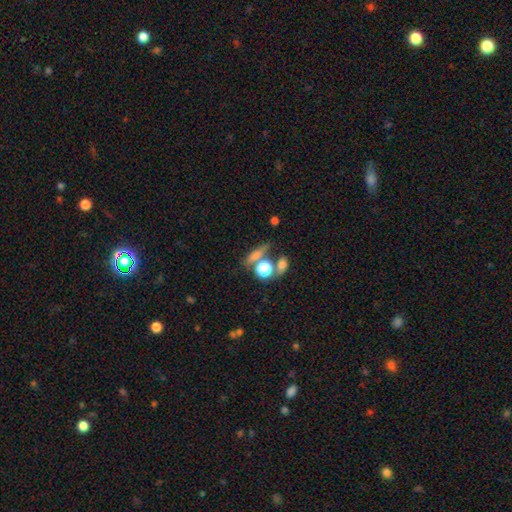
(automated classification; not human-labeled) The model was most divided on "how rounded": cigar-shaped: 40%, in between: 30%, round: 30%. More confident: smooth or featured — smooth (58%); merging — none (58%).